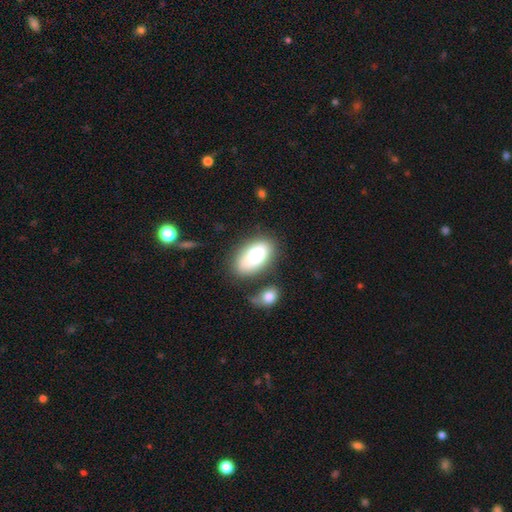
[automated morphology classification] smooth 80%, featured or disk 13%, star or artifact 7%. Down the decision tree: how rounded — in between (93%); merging — none (59%).